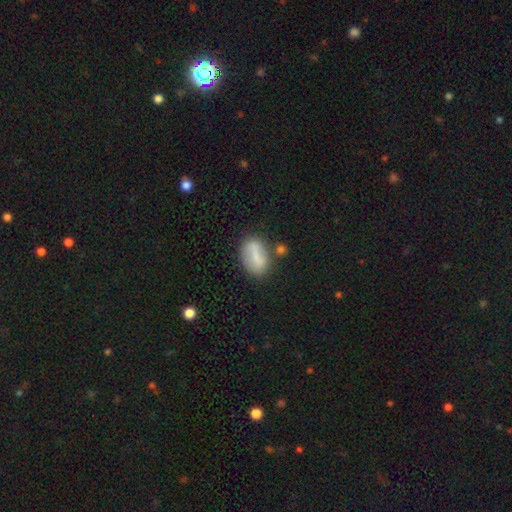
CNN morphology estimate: The model was most divided on "smooth or featured": smooth: 65%, featured or disk: 27%, star or artifact: 8%. More confident: how rounded — in between (83%); merging — none (64%).